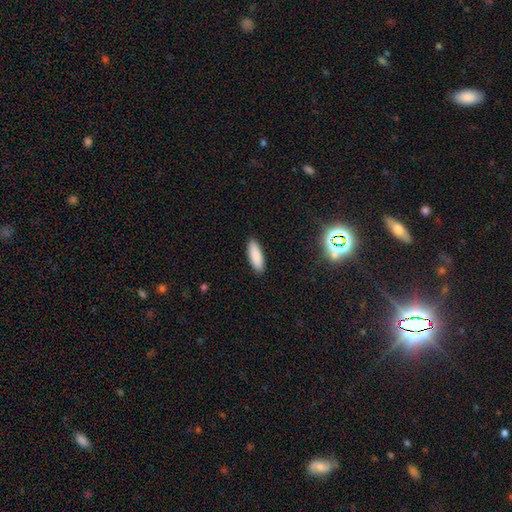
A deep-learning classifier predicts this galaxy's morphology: smooth-or-featured: smooth: 88% | star or artifact: 7% | featured or disk: 5%
  how-rounded: in between: 63% | cigar-shaped: 35% | round: 2%
  merging: none: 90% | minor disturbance: 7% | major disturbance: 2% | merger: 1%